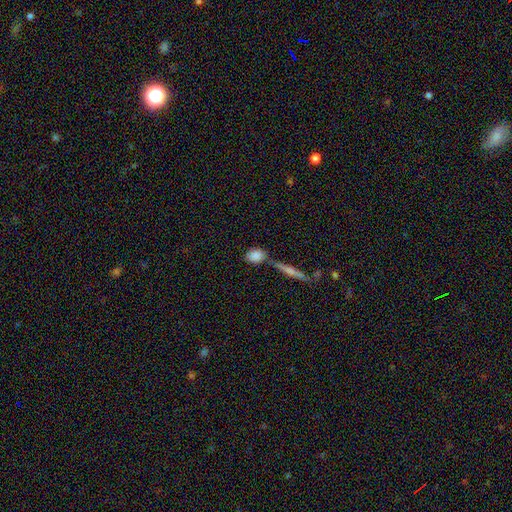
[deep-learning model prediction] A smooth galaxy with no disk features (82%) that is in between round and cigar-shaped (65%).

Vote fractions:
- Smooth or featured? smooth: 82% / featured or disk: 10% / star or artifact: 8%
- How rounded? in between: 65% / round: 27% / cigar-shaped: 8%
- Merging? none: 59% / merger: 21% / minor disturbance: 15% / major disturbance: 5%